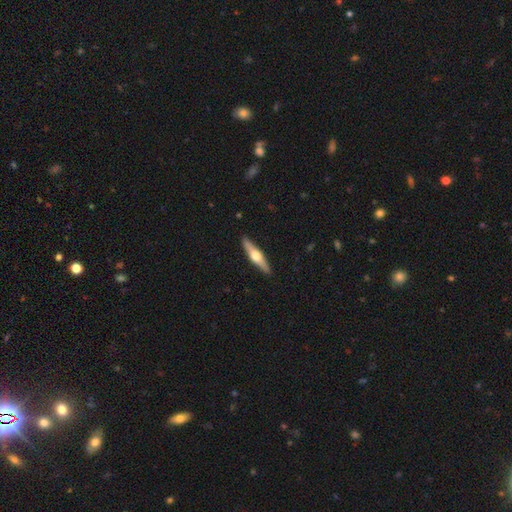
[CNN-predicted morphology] Smooth or featured?
  - featured or disk: 66% *
  - smooth: 30%
  - star or artifact: 5%
Edge-on disk?
  - yes: 96% *
  - no: 4%
Edge-on bulge?
  - rounded: 95% *
  - boxy: 3%
  - none: 2%
Merging?
  - none: 92% *
  - minor disturbance: 6%
  - major disturbance: 1%
  - merger: 1%